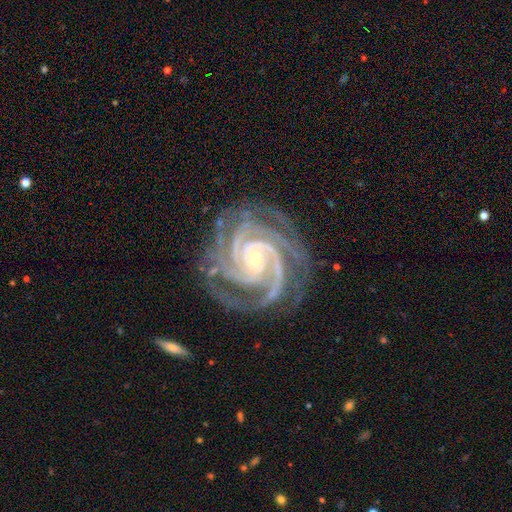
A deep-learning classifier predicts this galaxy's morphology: Smooth or featured? featured or disk (94%)
Edge-on disk? no (98%)
Bar? no (60%)
Spiral arms? yes (99%)
Spiral winding? tight (77%)
Spiral arm count? 3 (32%)
Bulge size? small (82%)
Merging? none (79%)